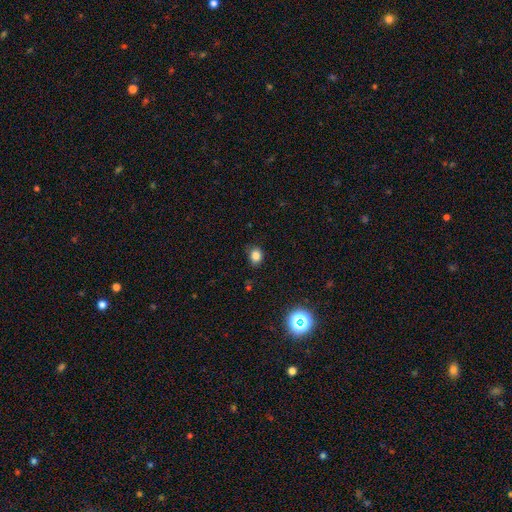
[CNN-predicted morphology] This is clearly a smooth galaxy (82%). How rounded: likely round (61%). Merging: likely none (79%).